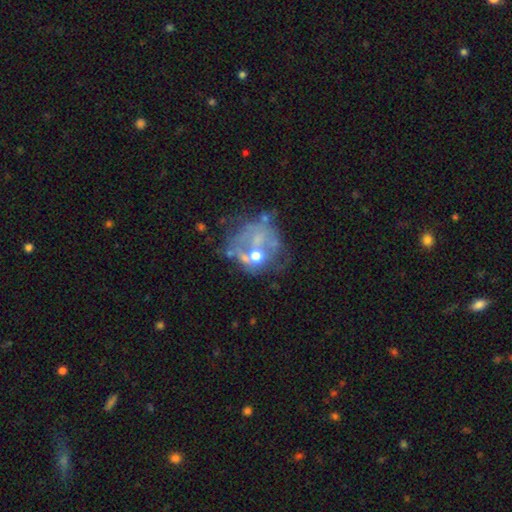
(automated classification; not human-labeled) A featured or disk galaxy (59%) with no bar (84%), no spiral arms (79%) and a moderate central bulge (59%). Merging: none (36%).